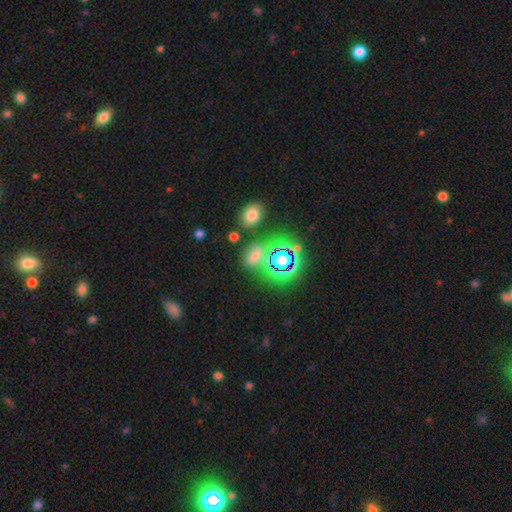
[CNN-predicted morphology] The model was most divided on "smooth or featured": smooth: 47%, star or artifact: 41%, featured or disk: 12%. More confident: merging — none (61%).